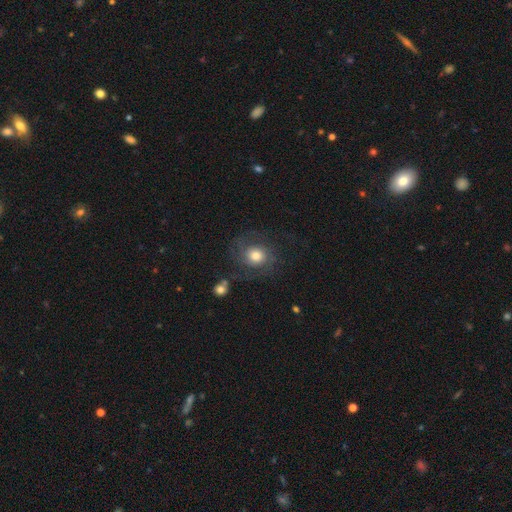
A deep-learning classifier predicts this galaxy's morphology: Smooth or featured?
  - featured or disk: 59% *
  - smooth: 31%
  - star or artifact: 9%
Edge-on disk?
  - no: 98% *
  - yes: 2%
Bar?
  - no: 80% *
  - weak: 17%
  - strong: 3%
Spiral arms?
  - yes: 87% *
  - no: 13%
Spiral winding?
  - medium: 43% *
  - tight: 37%
  - loose: 20%
Spiral arm count?
  - 2: 52% *
  - can't tell: 21%
  - 3: 12%
  - 1: 6%
  - 4: 5%
  - more than 4: 4%
Bulge size?
  - moderate: 55% *
  - large: 32%
  - small: 8%
  - dominant: 3%
  - none: 2%
Merging?
  - none: 65% *
  - minor disturbance: 17%
  - major disturbance: 15%
  - merger: 3%